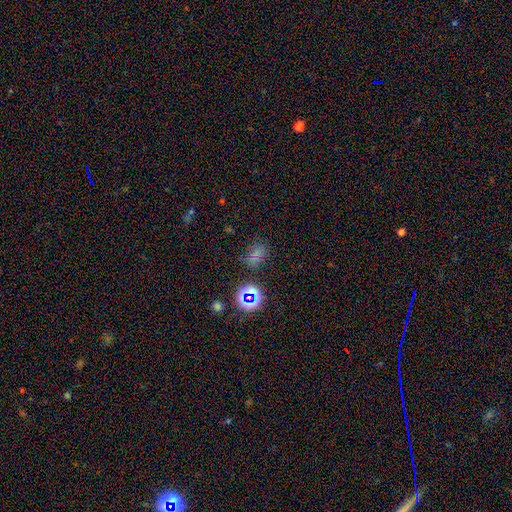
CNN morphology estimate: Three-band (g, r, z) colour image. It shows a smooth galaxy with no disk features (55%) that is in between round and cigar-shaped (72%). Merging: none (69%).